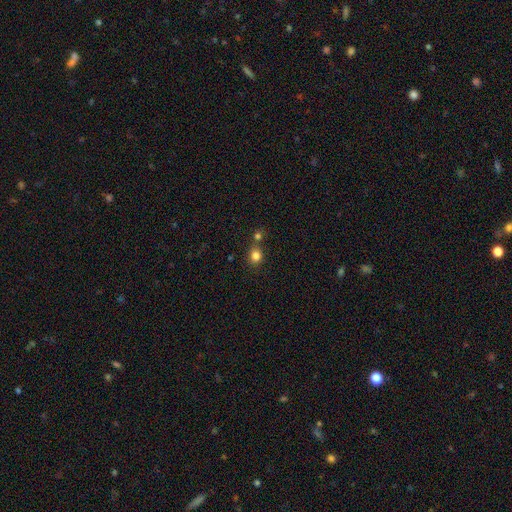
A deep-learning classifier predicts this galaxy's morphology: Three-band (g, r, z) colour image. It shows a smooth galaxy with no disk features (82%) that is round (75%). Merging: none (61%).